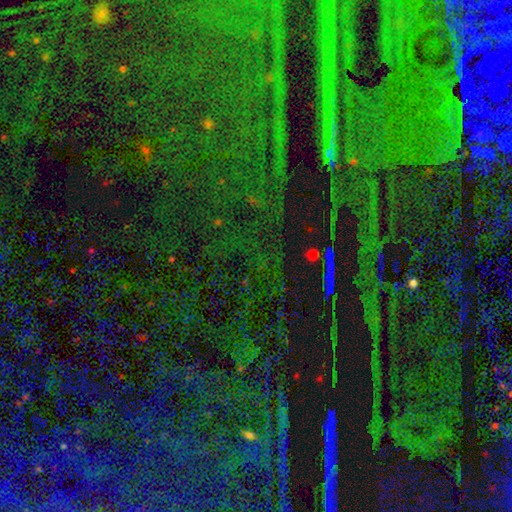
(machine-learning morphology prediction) The model was most divided on "smooth or featured": star or artifact: 85%, smooth: 8%, featured or disk: 7%.